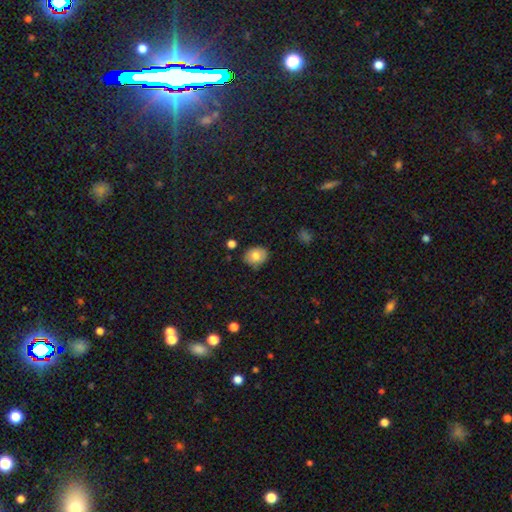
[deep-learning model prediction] This appears to be a smooth galaxy with no disk features (76%) that is round (50%). Merging: none (81%).